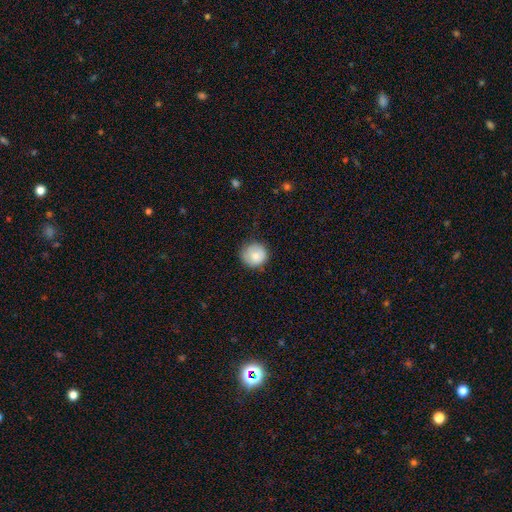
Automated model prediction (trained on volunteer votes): A smooth galaxy with no disk features (80%) that is round (92%).

Vote fractions:
- Smooth or featured? smooth: 80% / featured or disk: 12% / star or artifact: 8%
- How rounded? round: 92% / in between: 7% / cigar-shaped: 1%
- Merging? none: 82% / minor disturbance: 14% / major disturbance: 3% / merger: 1%